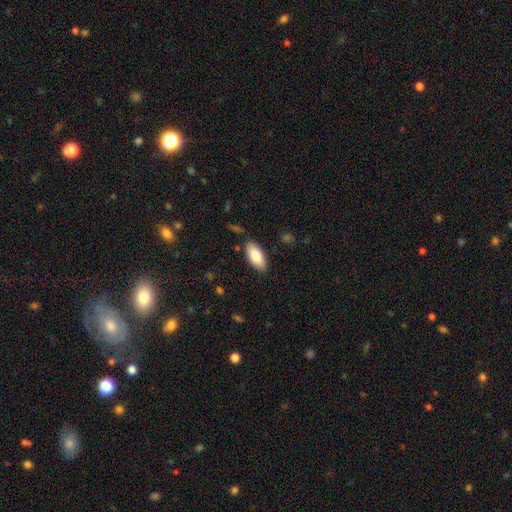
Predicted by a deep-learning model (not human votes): A smooth galaxy with no disk features (84%) that is in between round and cigar-shaped (88%).

Vote fractions:
- Smooth or featured? smooth: 84% / featured or disk: 10% / star or artifact: 6%
- How rounded? in between: 88% / cigar-shaped: 10% / round: 2%
- Merging? none: 86% / minor disturbance: 10% / major disturbance: 2% / merger: 2%